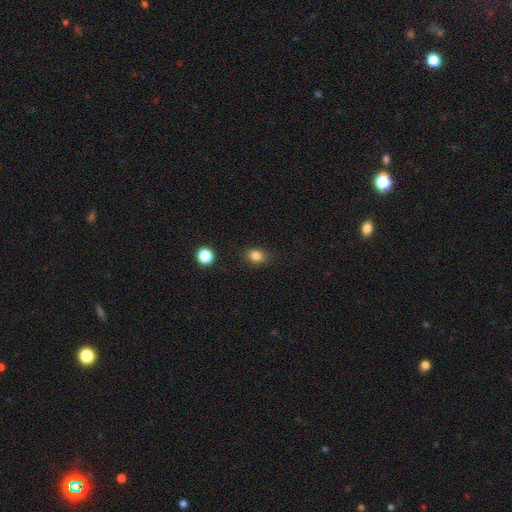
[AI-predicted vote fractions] Overall: smooth (83%). How rounded: in between (56%; round 43%). Merging: none (84%).